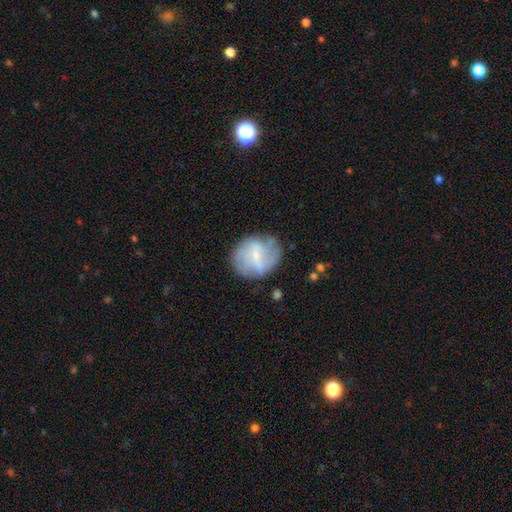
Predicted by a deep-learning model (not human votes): A featured or disk galaxy (49%). Merging: none (66%).